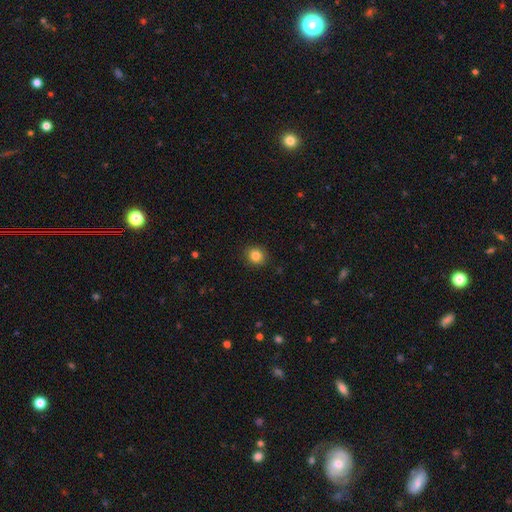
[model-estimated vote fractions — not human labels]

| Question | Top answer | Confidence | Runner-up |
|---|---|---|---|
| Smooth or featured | smooth | 85% | star or artifact (11%) |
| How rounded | round | 88% | in between (11%) |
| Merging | none | 90% | minor disturbance (7%) |